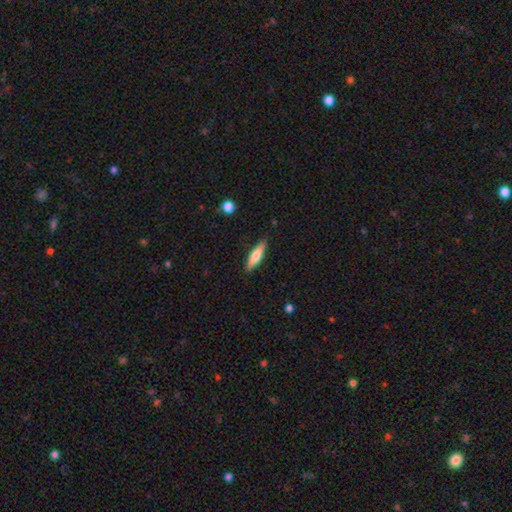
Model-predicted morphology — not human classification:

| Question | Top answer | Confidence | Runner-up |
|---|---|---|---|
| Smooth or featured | smooth | 64% | featured or disk (30%) |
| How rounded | cigar-shaped | 70% | in between (28%) |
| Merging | none | 87% | minor disturbance (9%) |